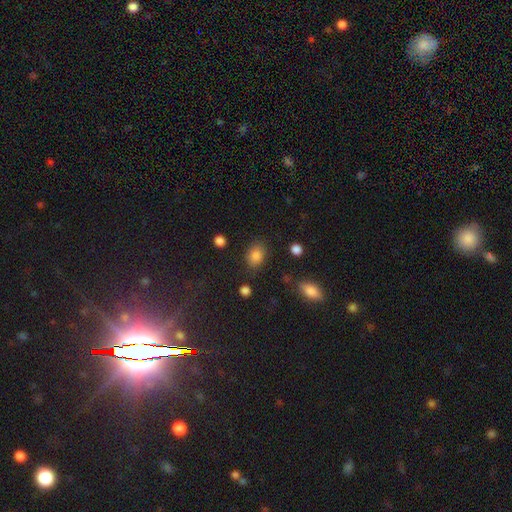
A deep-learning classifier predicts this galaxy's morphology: Overall: smooth (85%). How rounded: in between (63%; round 35%). Merging: none (79%).